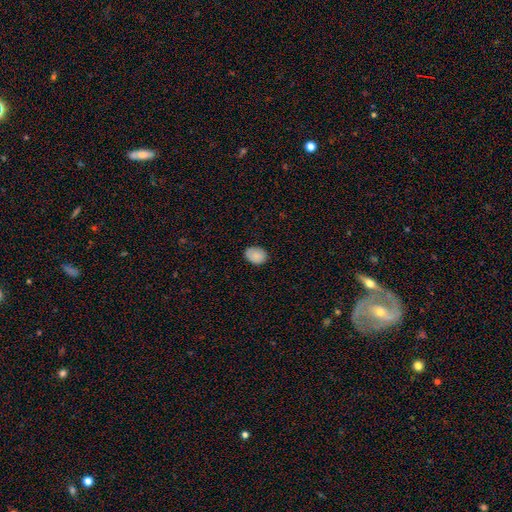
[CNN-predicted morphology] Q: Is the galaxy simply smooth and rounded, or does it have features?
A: smooth — 86%.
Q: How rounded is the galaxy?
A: in between — 65%.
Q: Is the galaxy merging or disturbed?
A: none — 81%.